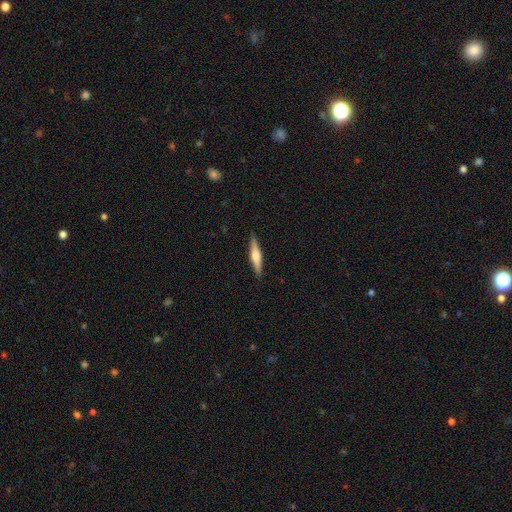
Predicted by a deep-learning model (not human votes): This is possibly a featured or disk galaxy (57%). It is clearly viewed edge-on (97%). Edge-on bulge: clearly rounded (86%). Merging: clearly none (91%).